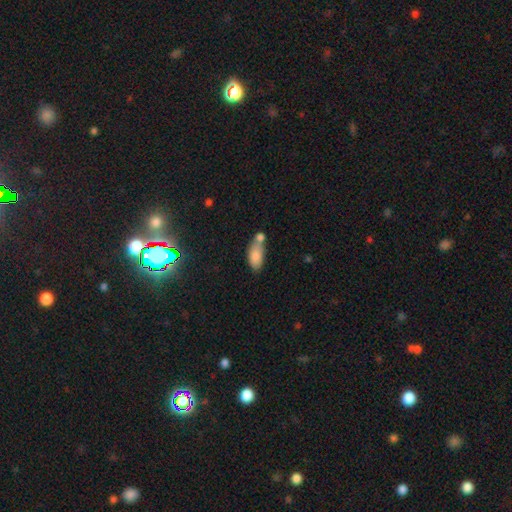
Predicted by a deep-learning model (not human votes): This appears to be a smooth galaxy with no disk features (81%) that is in between round and cigar-shaped (89%). Merging: merger (44%).